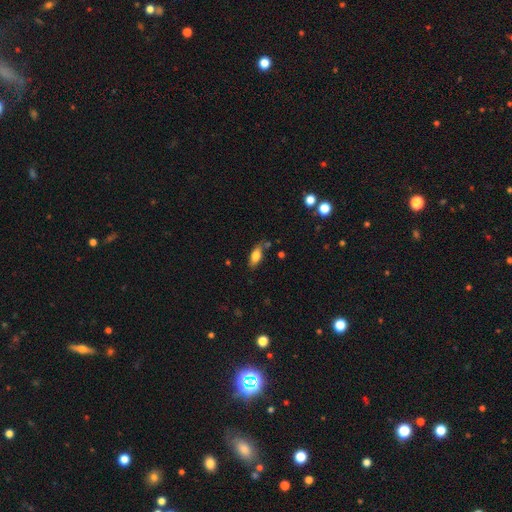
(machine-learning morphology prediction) Overall: smooth (76%). How rounded: in between (83%). Merging: none (72%).